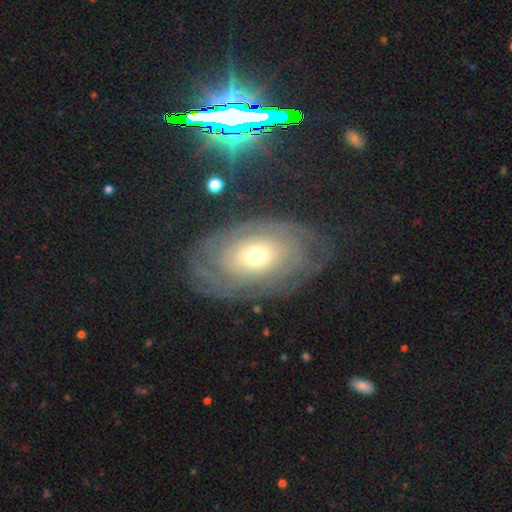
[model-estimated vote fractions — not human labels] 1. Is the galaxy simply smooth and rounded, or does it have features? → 72% featured or disk, 17% smooth, 11% star or artifact.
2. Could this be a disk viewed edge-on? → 94% no, 6% yes.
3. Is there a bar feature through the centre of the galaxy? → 81% no, 15% weak, 5% strong.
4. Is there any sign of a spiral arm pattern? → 80% yes, 20% no.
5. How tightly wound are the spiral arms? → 78% tight, 16% medium, 6% loose.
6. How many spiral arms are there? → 58% can't tell, 15% 2, 8% 3, 7% more than 4, 6% 4, 5% 1.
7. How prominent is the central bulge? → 53% moderate, 38% small, 6% large, 1% dominant, 1% none.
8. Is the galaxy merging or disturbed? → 75% none, 15% minor disturbance, 9% major disturbance, 1% merger.